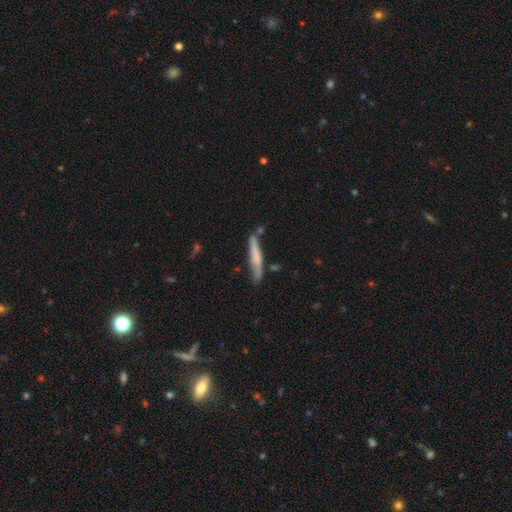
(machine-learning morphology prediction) Smooth or featured? smooth (59%)
How rounded? cigar-shaped (93%)
Merging? none (70%)